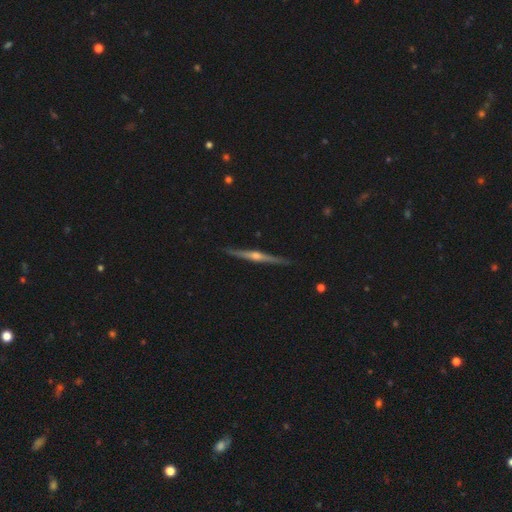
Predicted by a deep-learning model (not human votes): smooth-or-featured: featured or disk: 84% | smooth: 11% | star or artifact: 5%
  disk-edge-on: yes: 99% | no: 1%
    edge-on-bulge: rounded: 88% | none: 7% | boxy: 6%
  merging: none: 91% | minor disturbance: 7% | major disturbance: 1% | merger: 1%